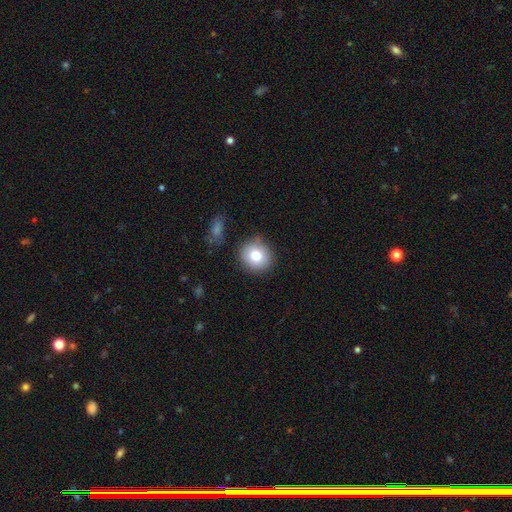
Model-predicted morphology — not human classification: Q: Smooth or featured?
A: smooth (80%); runner-up: featured or disk (11%)
Q: How rounded?
A: round (90%); runner-up: in between (9%)
Q: Merging?
A: none (81%); runner-up: minor disturbance (13%)